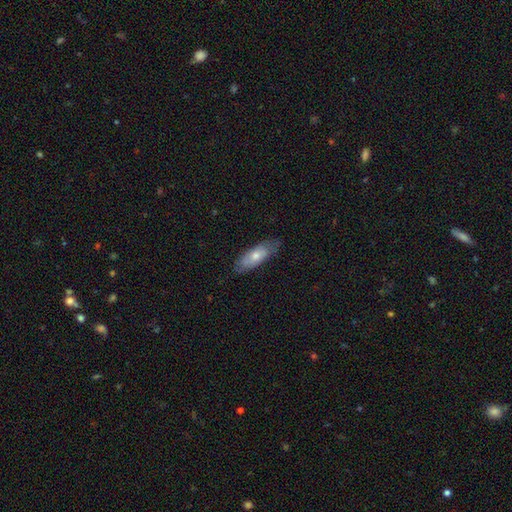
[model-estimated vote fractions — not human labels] This appears to be a smooth galaxy with no disk features (57%) that is in between round and cigar-shaped (65%). Merging: none (79%).